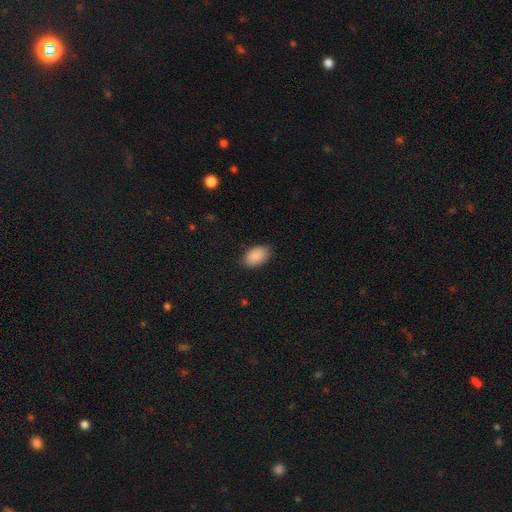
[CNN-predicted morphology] smooth 90%, star or artifact 6%, featured or disk 4%. Down the decision tree: how rounded — in between (91%); merging — none (86%).